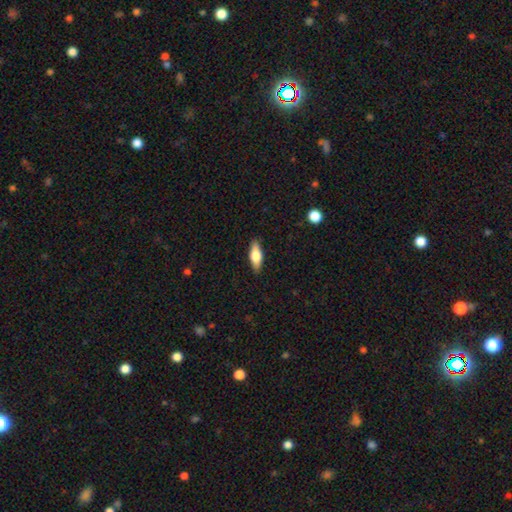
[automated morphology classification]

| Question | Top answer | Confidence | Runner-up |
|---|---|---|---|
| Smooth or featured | smooth | 60% | featured or disk (34%) |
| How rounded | in between | 62% | cigar-shaped (34%) |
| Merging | none | 88% | minor disturbance (9%) |